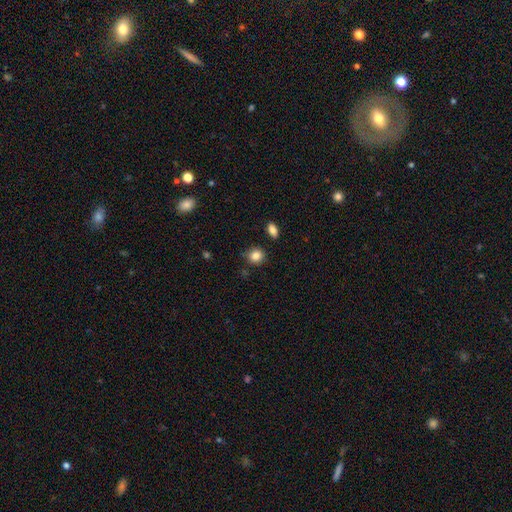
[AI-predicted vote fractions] A smooth galaxy with no disk features (85%) that is round (81%). Merging: none (81%).